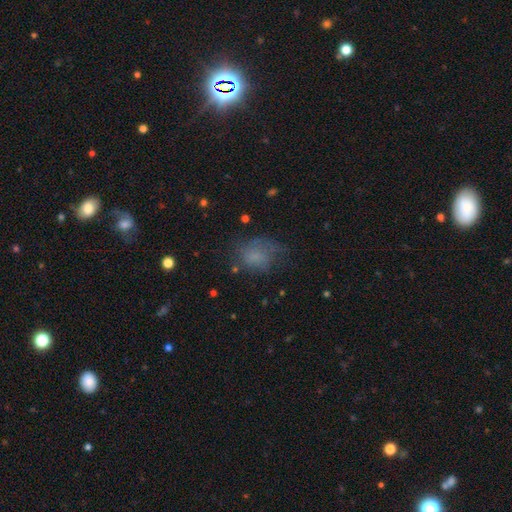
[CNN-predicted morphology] The model was most divided on "how rounded": in between: 56%, round: 43%, cigar-shaped: 1%. Remaining: smooth or featured — smooth (66%); merging — none (47%).